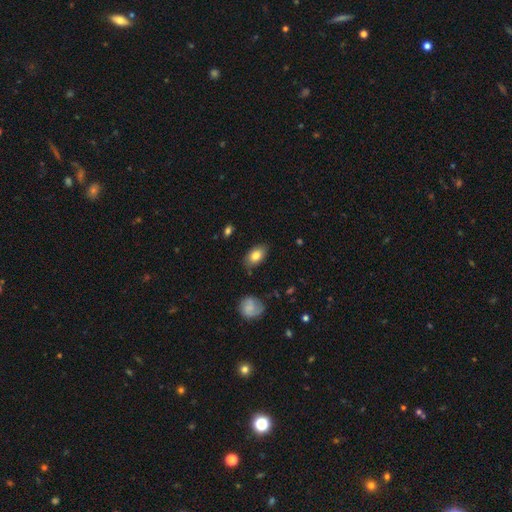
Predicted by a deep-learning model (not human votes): This appears to be a smooth galaxy with no disk features (81%) that is in between round and cigar-shaped (90%). Merging: none (81%).